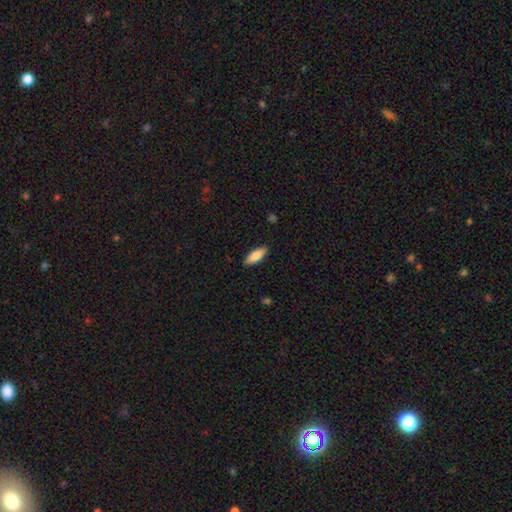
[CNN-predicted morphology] A smooth galaxy with no disk features (84%) that is in between round and cigar-shaped (68%).

Vote fractions:
- Smooth or featured? smooth: 84% / featured or disk: 10% / star or artifact: 6%
- How rounded? in between: 68% / cigar-shaped: 30% / round: 2%
- Merging? none: 87% / minor disturbance: 10% / major disturbance: 2% / merger: 1%